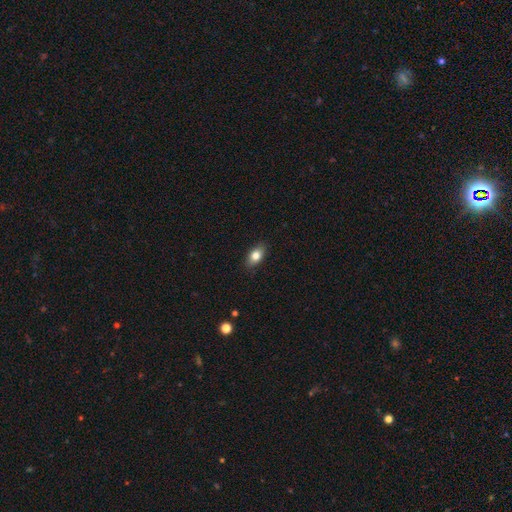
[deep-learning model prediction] A smooth galaxy with no disk features (80%) that is in between round and cigar-shaped (87%). Merging: none (87%).